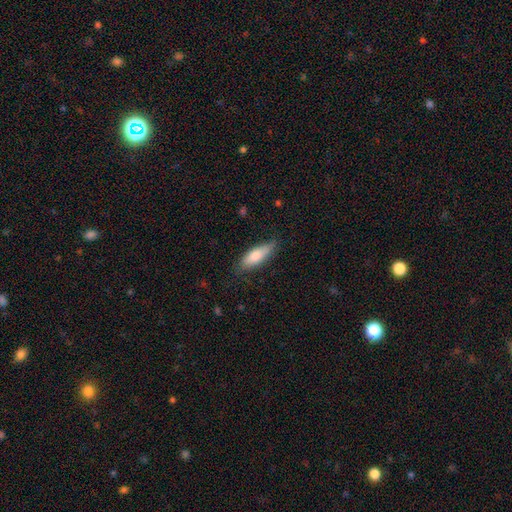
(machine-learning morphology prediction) type=smooth (79%); roundness=in between (57%); merging=none (75%).